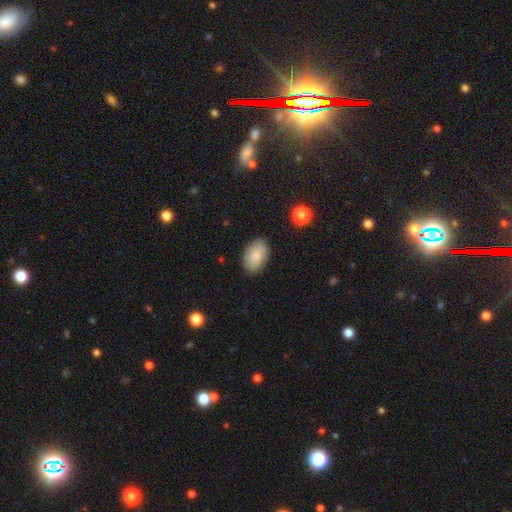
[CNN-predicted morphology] Overall: smooth (82%). How rounded: in between (90%). Merging: none (82%).